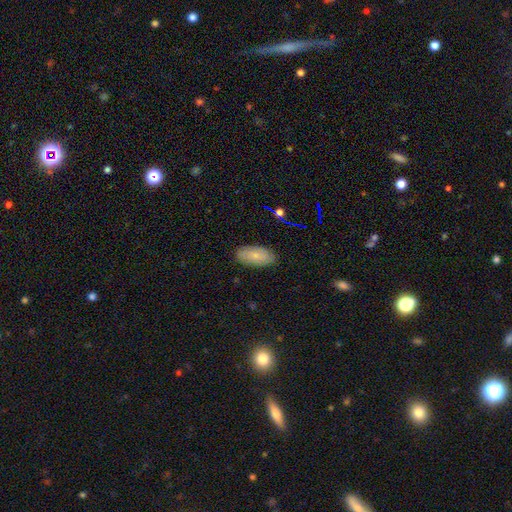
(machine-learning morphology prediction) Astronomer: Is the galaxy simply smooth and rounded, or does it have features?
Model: smooth — 78%.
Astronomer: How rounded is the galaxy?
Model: in between — 91%.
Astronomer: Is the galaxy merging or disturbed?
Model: none — 86%.